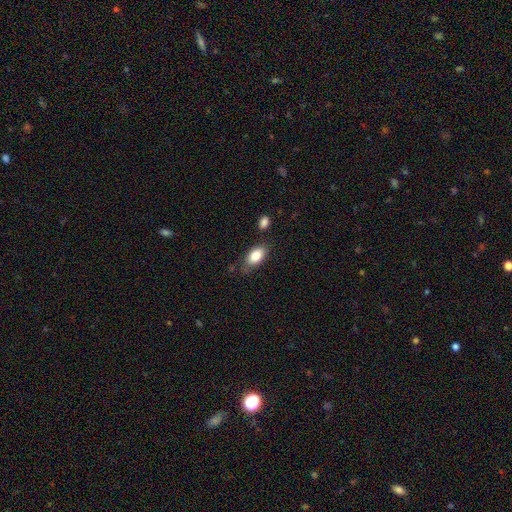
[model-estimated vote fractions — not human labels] smooth 83%, featured or disk 9%, star or artifact 7%. Down the decision tree: how rounded — in between (91%); merging — none (73%).